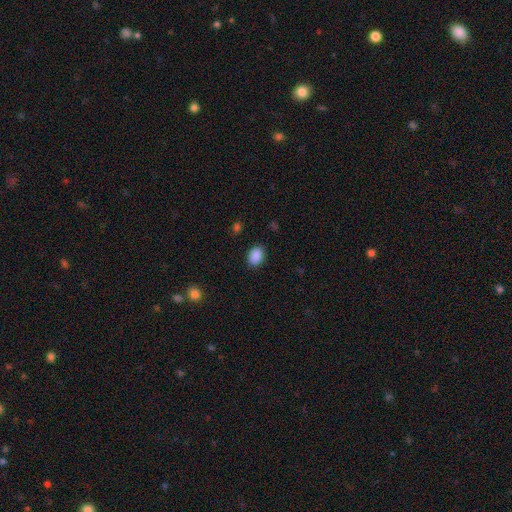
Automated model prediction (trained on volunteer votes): smooth-or-featured: smooth: 89% | star or artifact: 8% | featured or disk: 3%
  how-rounded: in between: 74% | round: 25% | cigar-shaped: 1%
  merging: none: 88% | minor disturbance: 9% | major disturbance: 3% | merger: 1%